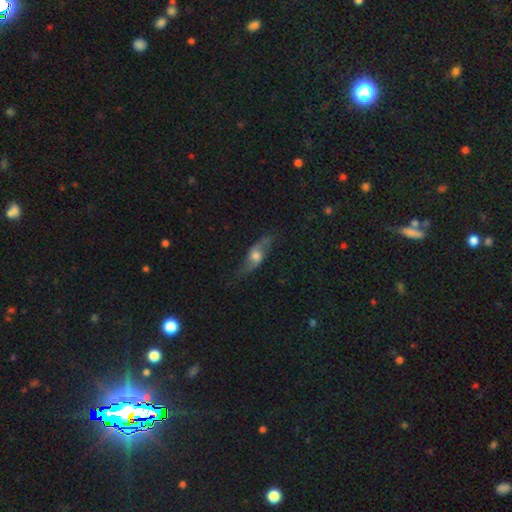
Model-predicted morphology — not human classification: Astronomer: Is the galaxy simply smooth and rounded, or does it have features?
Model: featured or disk — 58% (runner-up: smooth, 35%).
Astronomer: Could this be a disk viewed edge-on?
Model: no — 71%.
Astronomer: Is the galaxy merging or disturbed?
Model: none — 69%.